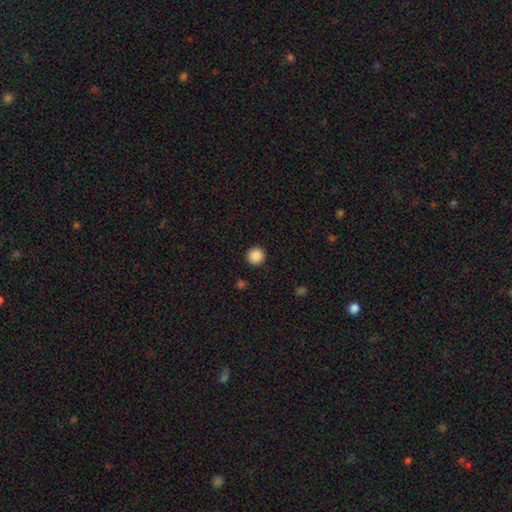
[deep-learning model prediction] Smooth or featured?
  - smooth: 88% *
  - star or artifact: 9%
  - featured or disk: 3%
How rounded?
  - round: 95% *
  - in between: 4%
  - cigar-shaped: 1%
Merging?
  - none: 92% *
  - minor disturbance: 5%
  - major disturbance: 2%
  - merger: 1%